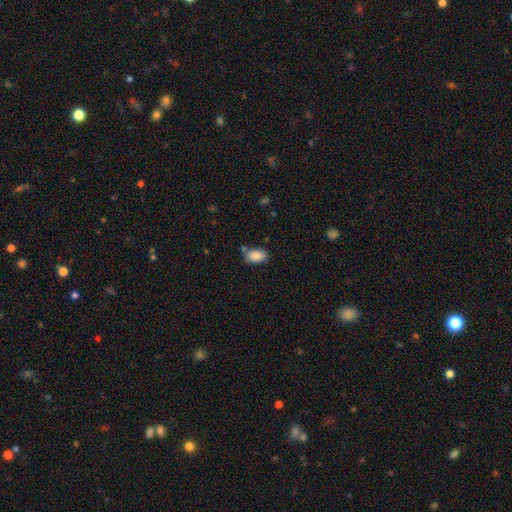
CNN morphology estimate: Smooth or featured? smooth (87%)
How rounded? in between (89%)
Merging? none (70%)